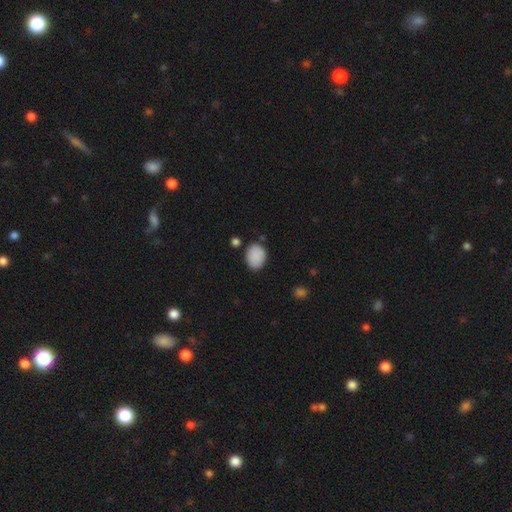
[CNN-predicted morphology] Overall: smooth (89%). How rounded: in between (60%; round 39%). Merging: none (79%).